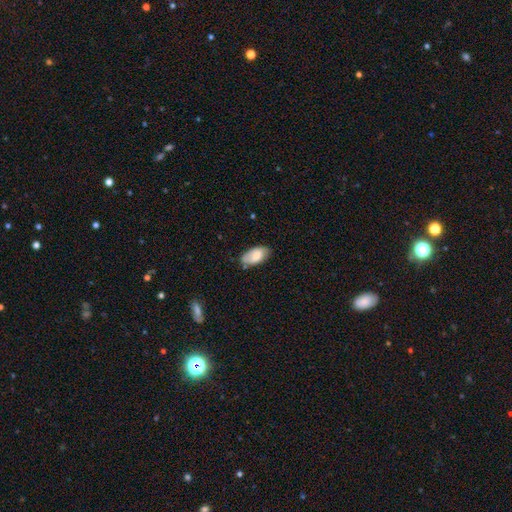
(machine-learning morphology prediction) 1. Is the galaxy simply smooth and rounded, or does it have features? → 75% smooth, 19% featured or disk, 7% star or artifact.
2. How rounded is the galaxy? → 94% in between, 3% cigar-shaped, 3% round.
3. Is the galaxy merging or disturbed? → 66% none, 27% minor disturbance, 5% major disturbance, 3% merger.